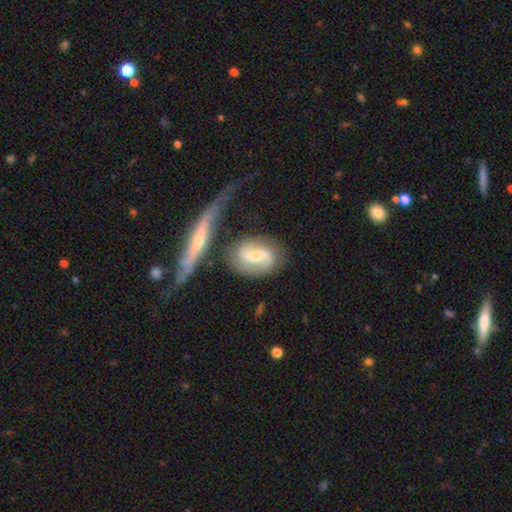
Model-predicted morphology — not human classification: Smooth or featured?
  - featured or disk: 70% *
  - smooth: 24%
  - star or artifact: 6%
Edge-on disk?
  - no: 92% *
  - yes: 8%
Bar?
  - weak: 45% *
  - strong: 33%
  - no: 22%
Spiral arms?
  - yes: 90% *
  - no: 10%
Spiral winding?
  - loose: 42% *
  - medium: 39%
  - tight: 19%
Spiral arm count?
  - 2: 88% *
  - can't tell: 6%
  - 1: 2%
  - 3: 1%
  - 4: 1%
  - more than 4: 1%
Bulge size?
  - moderate: 49% *
  - small: 43%
  - none: 3%
  - large: 3%
  - dominant: 1%
Merging?
  - none: 66% *
  - minor disturbance: 15%
  - merger: 12%
  - major disturbance: 6%